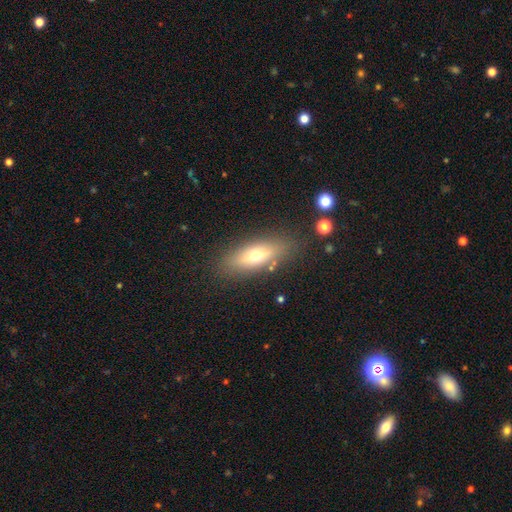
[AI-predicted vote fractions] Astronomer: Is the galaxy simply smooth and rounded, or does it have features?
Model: smooth — 57% (runner-up: featured or disk, 35%).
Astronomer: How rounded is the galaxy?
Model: in between — 60% (runner-up: cigar-shaped, 36%).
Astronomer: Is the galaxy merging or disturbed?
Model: none — 82%.